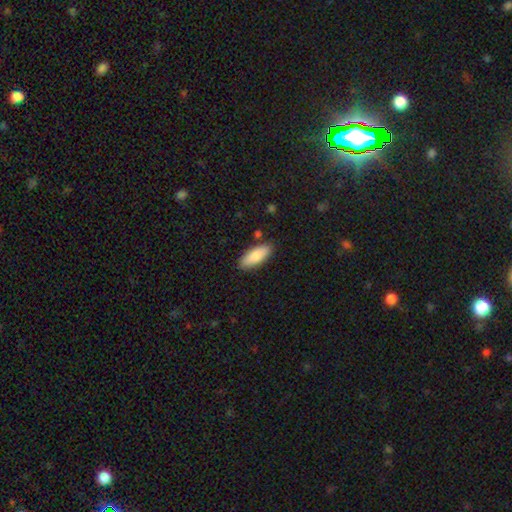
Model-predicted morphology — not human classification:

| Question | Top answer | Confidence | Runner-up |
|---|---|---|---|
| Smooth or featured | smooth | 84% | featured or disk (10%) |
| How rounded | in between | 77% | cigar-shaped (21%) |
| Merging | none | 86% | minor disturbance (10%) |